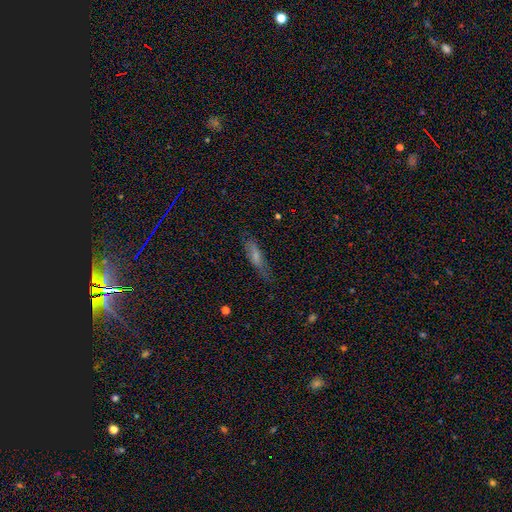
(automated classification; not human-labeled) Smooth or featured: smooth — 59% (featured or disk — 29%)
How rounded: cigar-shaped — 65% (in between — 32%)
Merging: none — 71% (minor disturbance — 21%)